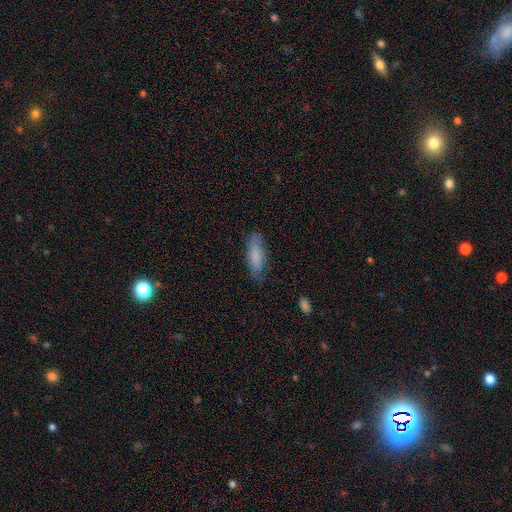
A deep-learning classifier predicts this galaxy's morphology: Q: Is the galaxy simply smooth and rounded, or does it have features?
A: smooth — 77%.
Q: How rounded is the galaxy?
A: in between — 53%.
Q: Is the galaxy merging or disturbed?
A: none — 73%.